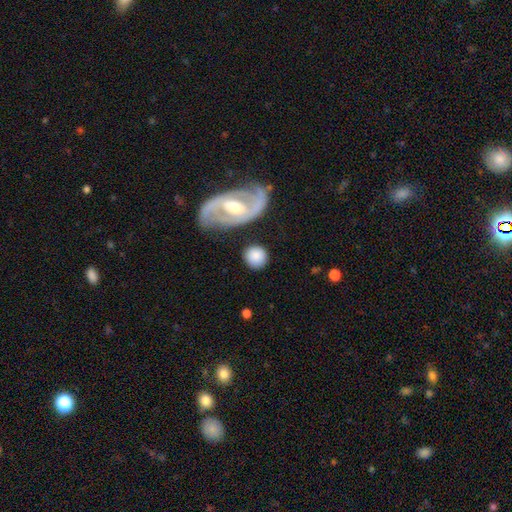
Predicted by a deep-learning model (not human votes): Overall: smooth (76%). How rounded: round (85%). Merging: none (77%).